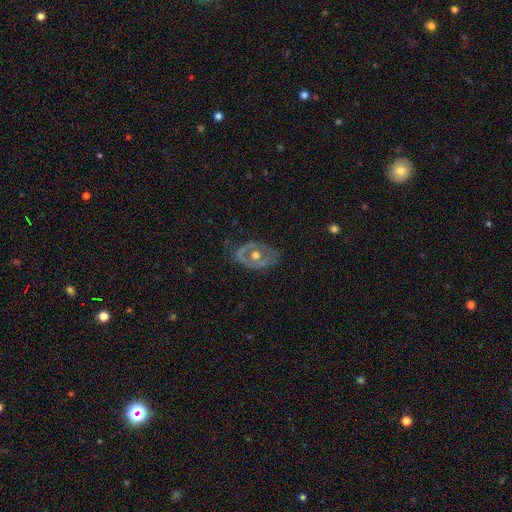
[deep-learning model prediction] Smooth or featured? featured or disk (66%)
Edge-on disk? no (93%)
Bar? no (84%)
Spiral arms? no (77%)
Bulge size? moderate (76%)
Merging? none (68%)